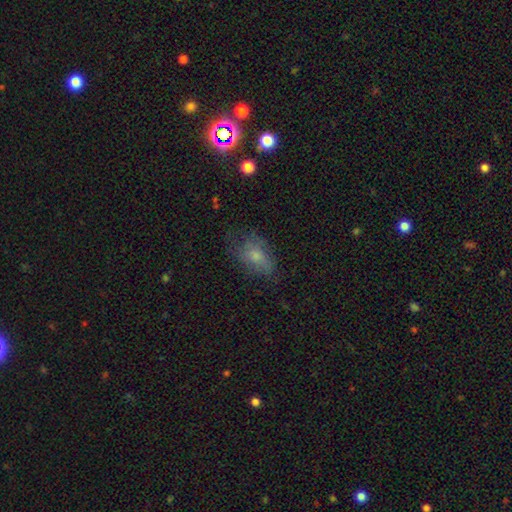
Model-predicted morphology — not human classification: A smooth galaxy with no disk features (63%) that is in between round and cigar-shaped (82%). Merging: none (49%).